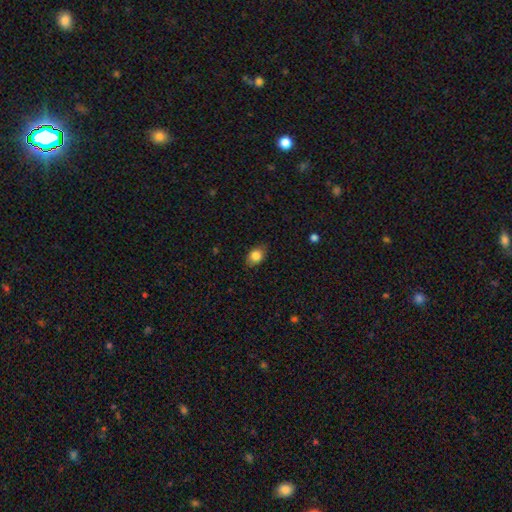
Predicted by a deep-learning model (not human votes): Morphology: type=smooth (83%); roundness=in between (68%); merging=none (82%).